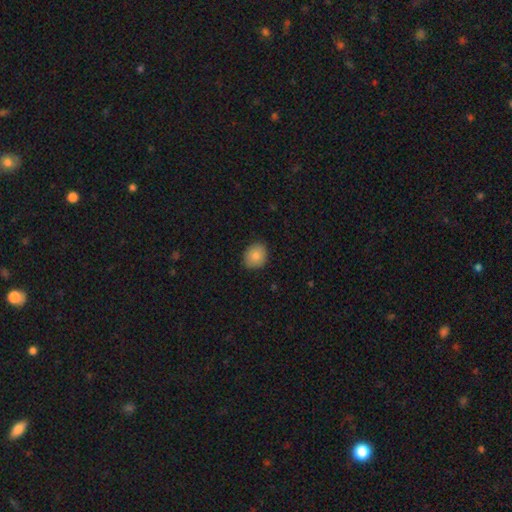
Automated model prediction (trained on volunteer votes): smooth-or-featured: smooth: 85% | star or artifact: 8% | featured or disk: 7%
  how-rounded: round: 62% | in between: 37% | cigar-shaped: 1%
  merging: none: 86% | minor disturbance: 11% | major disturbance: 2% | merger: 1%